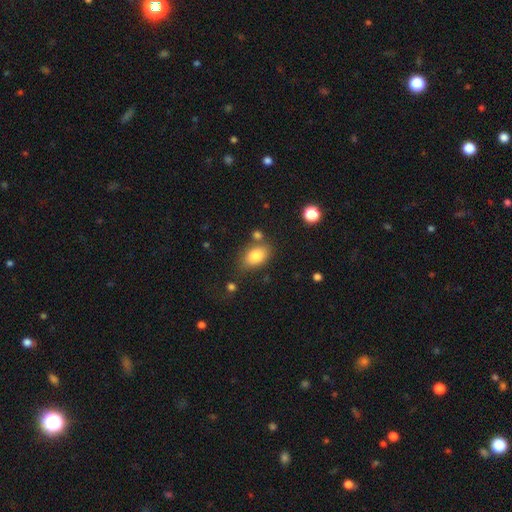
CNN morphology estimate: smooth_or_featured: smooth (p=0.82) [alt: featured or disk p=0.09]
how_rounded: in between (p=0.85) [alt: round p=0.13]
merging: none (p=0.71) [alt: minor disturbance p=0.16]